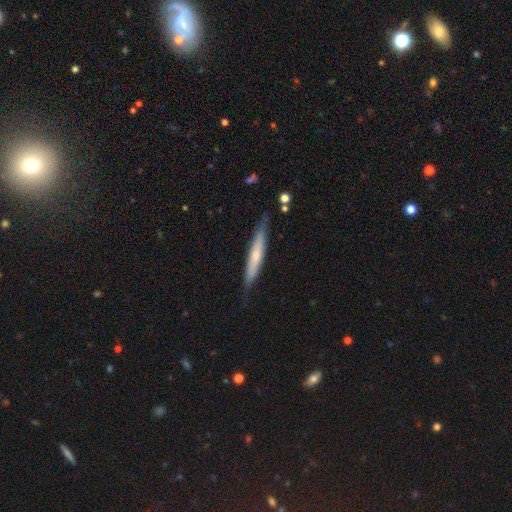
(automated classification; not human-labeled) Smooth or featured? smooth (54%)
How rounded? cigar-shaped (93%)
Merging? none (80%)